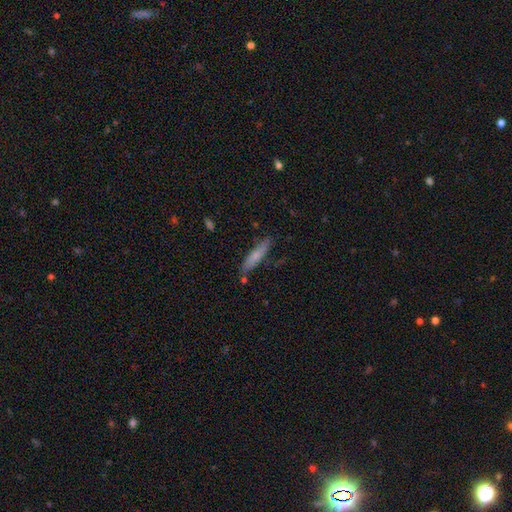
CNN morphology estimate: type=smooth (64%); roundness=cigar-shaped (86%); merging=none (80%).